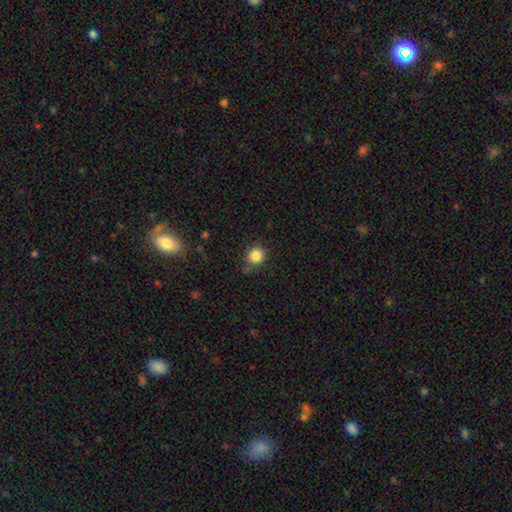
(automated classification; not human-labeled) smooth-or-featured: smooth: 85% | star or artifact: 11% | featured or disk: 4%
  how-rounded: round: 89% | in between: 10% | cigar-shaped: 1%
  merging: none: 78% | minor disturbance: 15% | major disturbance: 4% | merger: 3%